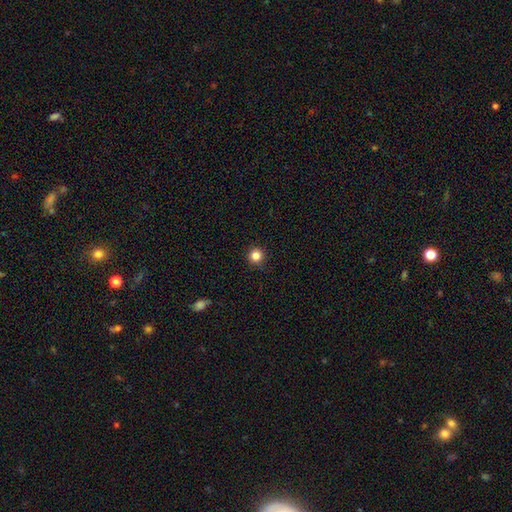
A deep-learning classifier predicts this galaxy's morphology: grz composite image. It shows a smooth galaxy with no disk features (84%) that is round (96%). Merging: none (92%).